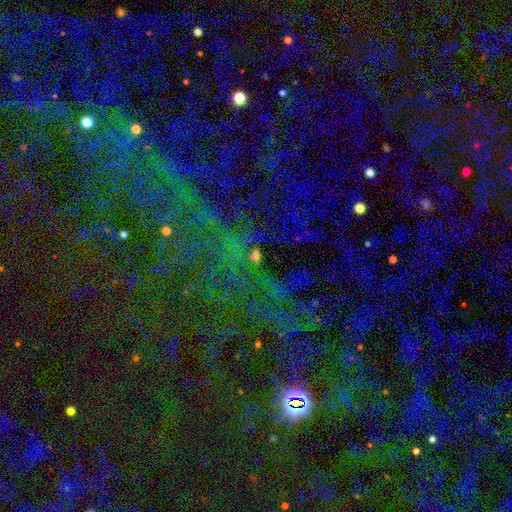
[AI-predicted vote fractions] The model was most divided on "smooth or featured": star or artifact: 63%, smooth: 26%, featured or disk: 12%.